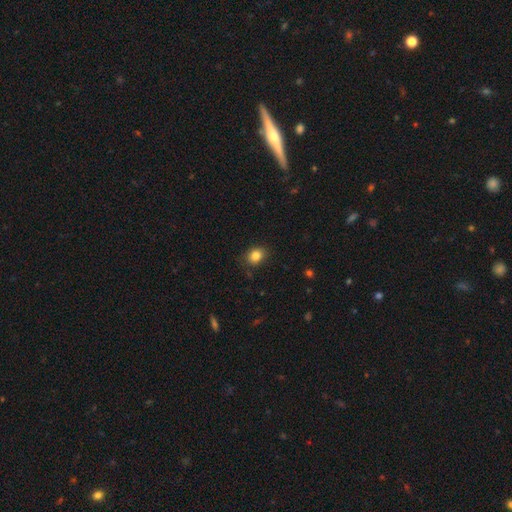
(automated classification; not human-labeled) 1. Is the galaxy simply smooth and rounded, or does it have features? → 83% smooth, 11% star or artifact, 6% featured or disk.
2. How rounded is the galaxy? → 54% round, 46% in between, 1% cigar-shaped.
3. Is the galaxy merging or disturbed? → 85% none, 11% minor disturbance, 3% major disturbance, 1% merger.